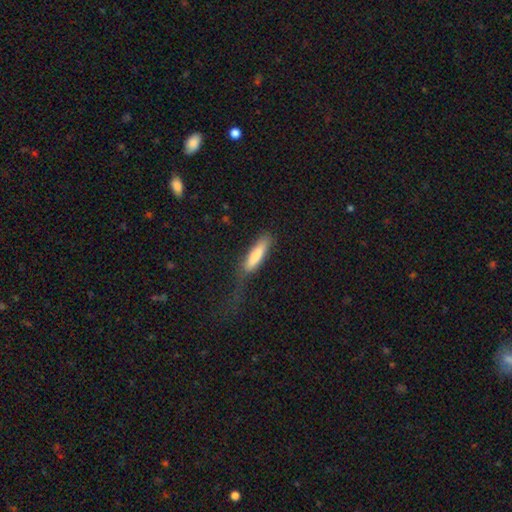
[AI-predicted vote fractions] smooth 80%, featured or disk 15%, star or artifact 6%. Down the decision tree: how rounded — cigar-shaped (72%); merging — none (52%).